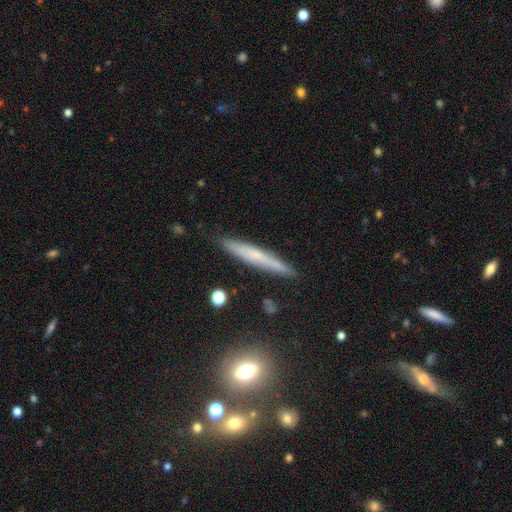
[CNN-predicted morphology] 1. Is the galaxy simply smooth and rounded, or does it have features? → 53% smooth, 40% featured or disk, 7% star or artifact.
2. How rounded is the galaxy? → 95% cigar-shaped, 4% in between, 2% round.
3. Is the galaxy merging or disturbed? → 87% none, 9% minor disturbance, 2% merger, 2% major disturbance.